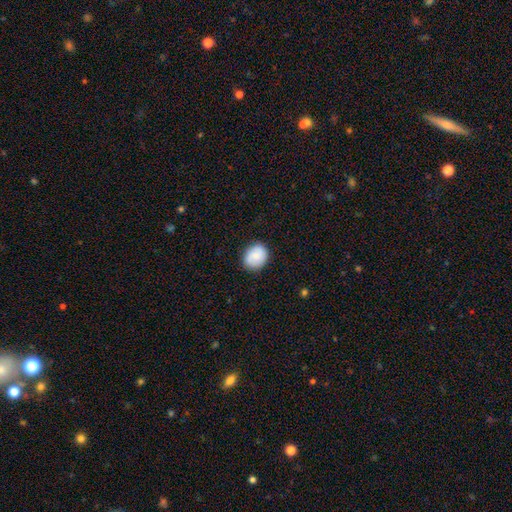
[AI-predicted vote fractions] Smooth or featured? smooth (83%)
How rounded? round (56%)
Merging? none (85%)